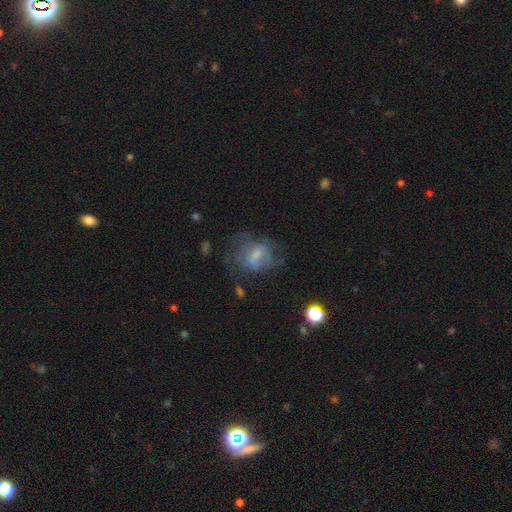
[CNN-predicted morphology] Smooth or featured: featured or disk — 46% (smooth — 41%)
Merging: none — 43% (major disturbance — 31%)